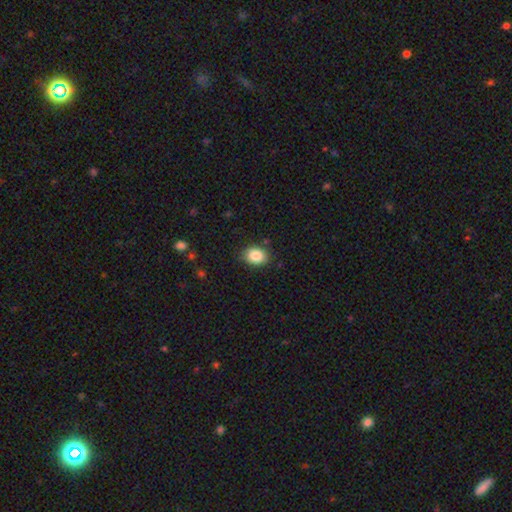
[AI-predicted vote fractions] Overall: smooth (86%). How rounded: in between (55%; round 44%). Merging: none (84%).